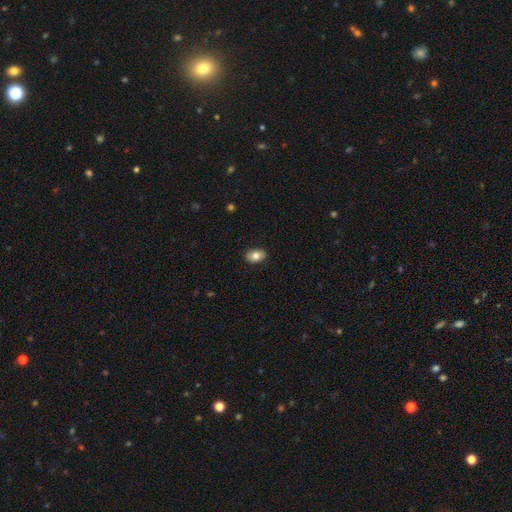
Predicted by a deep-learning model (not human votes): Smooth or featured? smooth (81%)
How rounded? in between (88%)
Merging? none (88%)